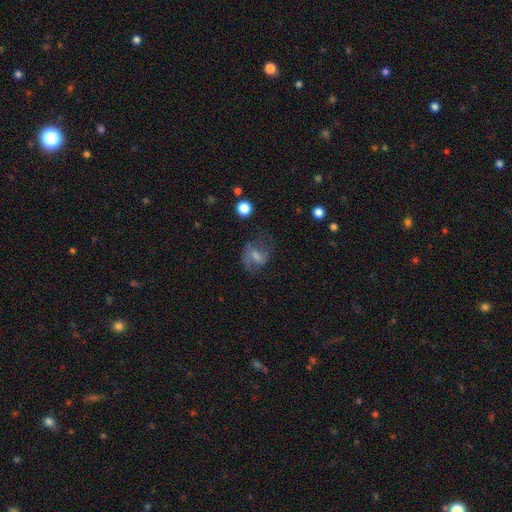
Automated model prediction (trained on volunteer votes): A featured or disk galaxy (48%). Merging: none (47%).